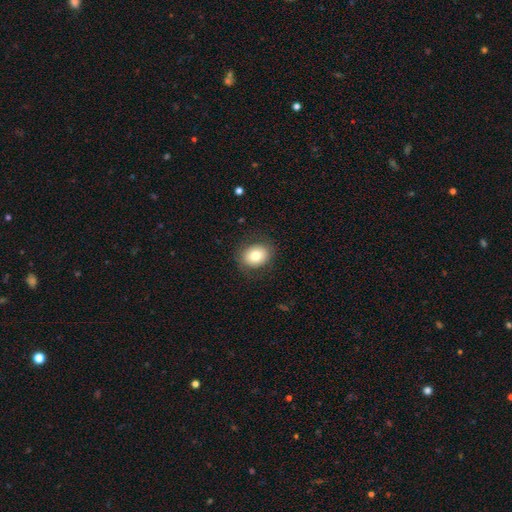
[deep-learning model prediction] Smooth or featured: smooth — 79% (featured or disk — 12%)
How rounded: round — 50% (in between — 49%)
Merging: none — 83% (minor disturbance — 11%)